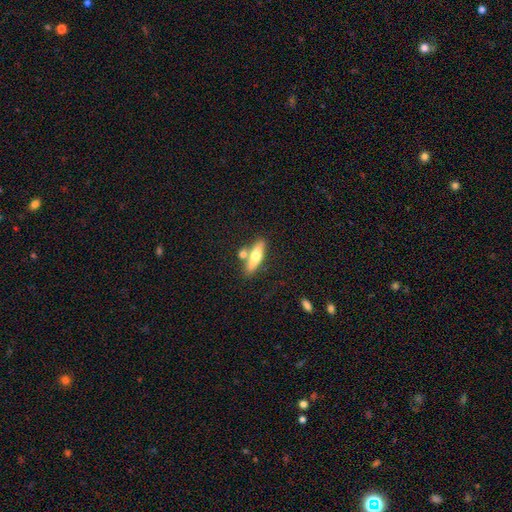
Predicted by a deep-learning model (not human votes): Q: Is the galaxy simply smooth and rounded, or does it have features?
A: smooth — 60%.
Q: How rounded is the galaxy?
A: cigar-shaped — 60%.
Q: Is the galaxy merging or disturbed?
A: none — 66%.